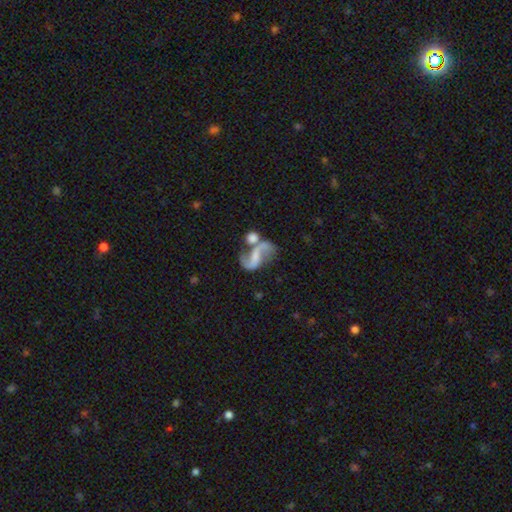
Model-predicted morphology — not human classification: Smooth or featured? Predicted: featured or disk (p=0.85). Edge-on disk? Predicted: no (p=0.98). Bar? Predicted: weak (p=0.43). Spiral arms? Predicted: yes (p=0.95). Spiral winding? Predicted: loose (p=0.72). Spiral arm count? Predicted: 2 (p=0.92). Bulge size? Predicted: small (p=0.40). Merging? Predicted: none (p=0.44).